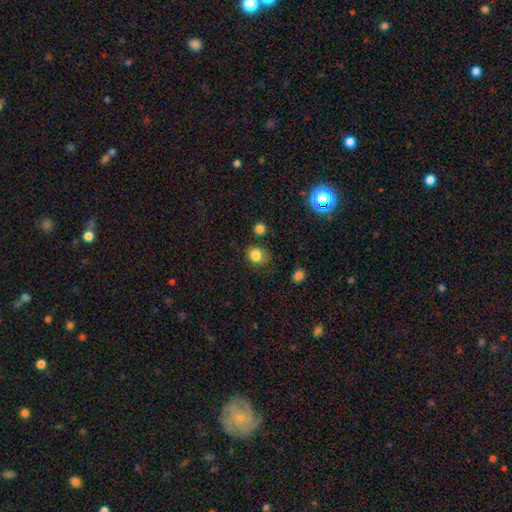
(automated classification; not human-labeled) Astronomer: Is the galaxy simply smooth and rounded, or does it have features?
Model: smooth — 83%.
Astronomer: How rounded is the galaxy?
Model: round — 63%.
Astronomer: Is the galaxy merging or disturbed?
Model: none — 68%.